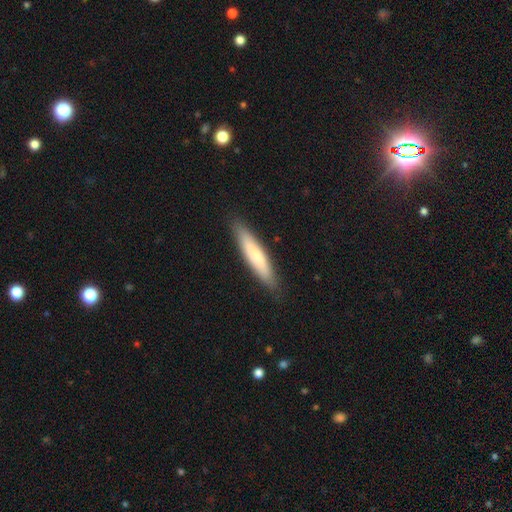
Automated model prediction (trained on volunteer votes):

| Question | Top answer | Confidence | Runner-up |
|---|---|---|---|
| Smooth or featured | smooth | 69% | featured or disk (26%) |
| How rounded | cigar-shaped | 88% | in between (11%) |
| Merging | none | 88% | minor disturbance (9%) |